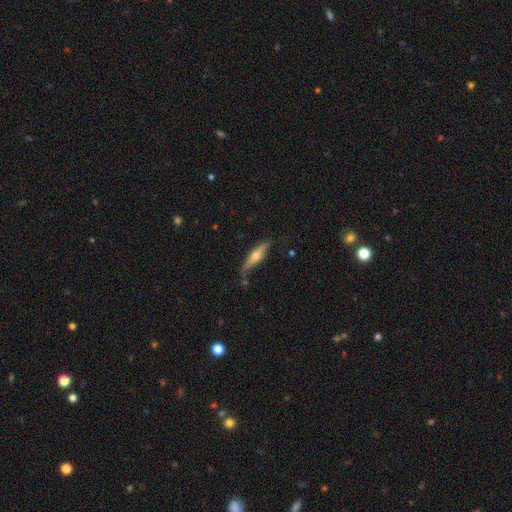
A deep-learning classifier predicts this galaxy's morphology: This is possibly a featured or disk galaxy (50%). It is clearly viewed edge-on (89%). Merging: likely none (69%).